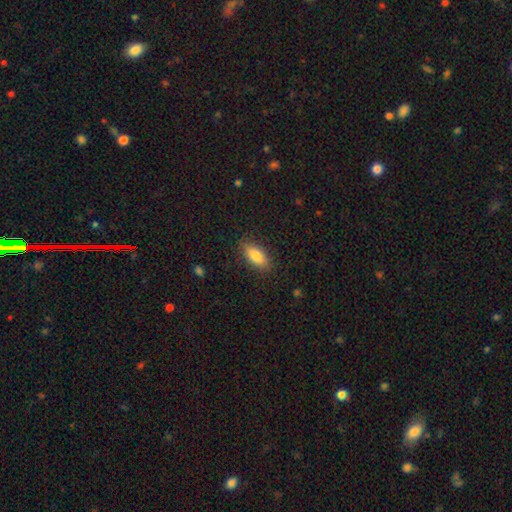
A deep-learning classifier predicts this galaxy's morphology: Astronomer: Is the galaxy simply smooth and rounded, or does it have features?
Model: smooth — 83%.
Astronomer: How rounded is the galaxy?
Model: in between — 86%.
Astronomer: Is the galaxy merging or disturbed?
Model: none — 83%.